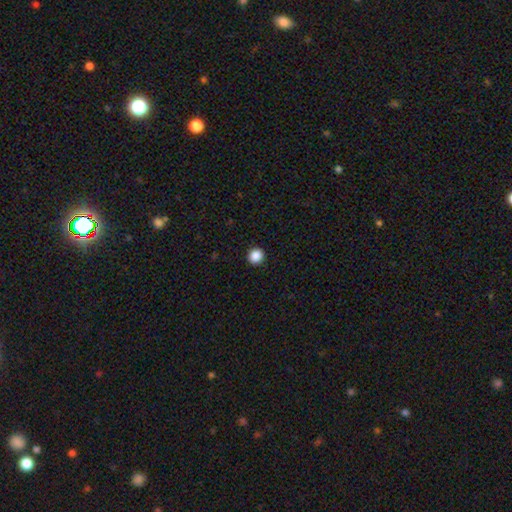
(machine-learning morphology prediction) type=smooth (88%); roundness=round (94%); merging=none (93%).